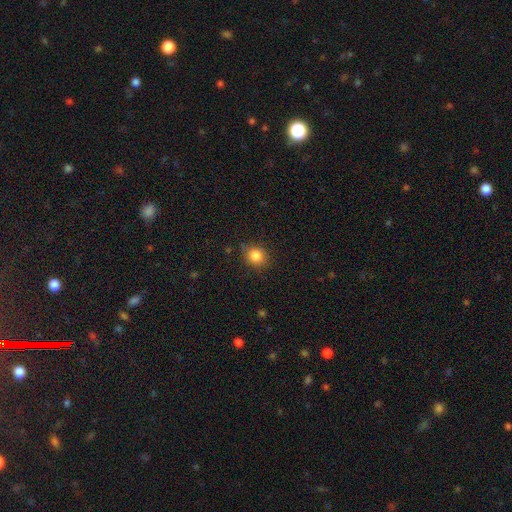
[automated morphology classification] Smooth or featured? smooth (84%)
How rounded? round (74%)
Merging? none (81%)